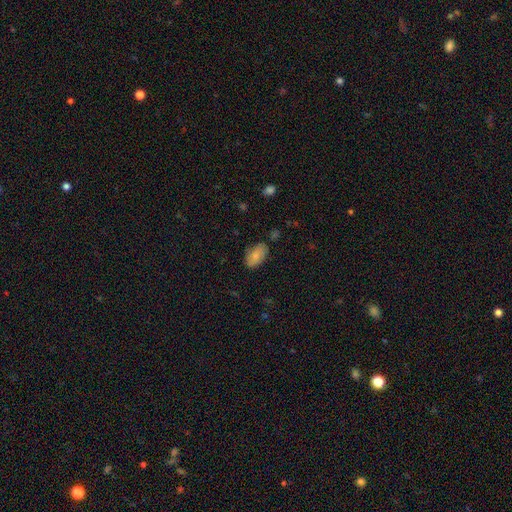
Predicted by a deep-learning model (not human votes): A smooth galaxy with no disk features (77%) that is in between round and cigar-shaped (93%). Merging: none (74%).